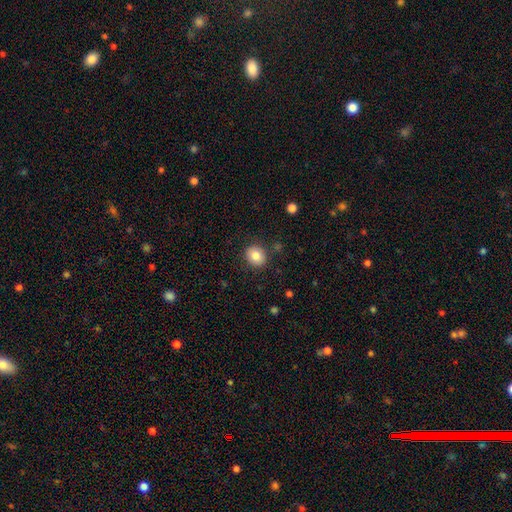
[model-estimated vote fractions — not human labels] Smooth or featured? Predicted: smooth (p=0.83). How rounded? Predicted: round (p=0.69). Merging? Predicted: none (p=0.87).